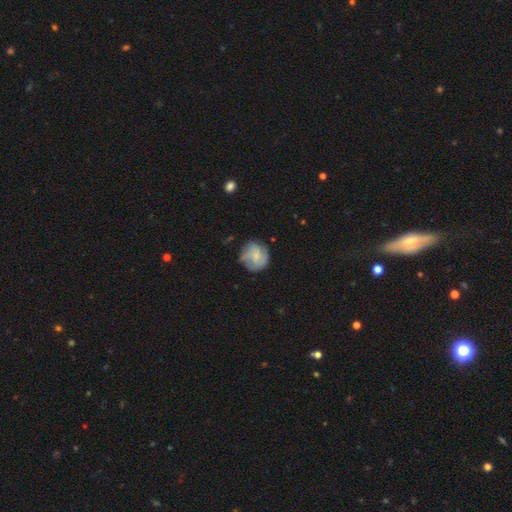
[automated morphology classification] smooth 48%, featured or disk 44%, star or artifact 8%. Down the decision tree: merging — none (68%).